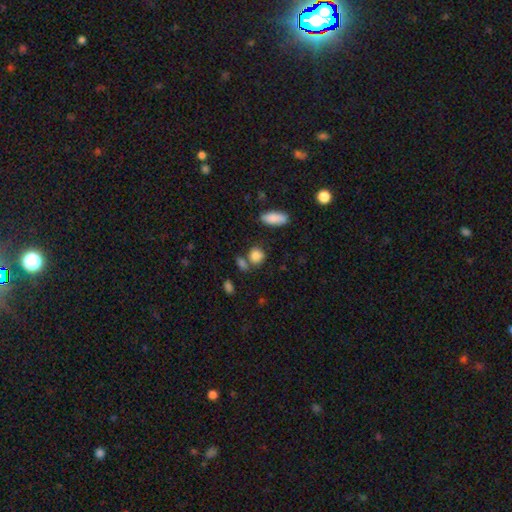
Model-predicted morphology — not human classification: Smooth or featured: smooth — 83% (star or artifact — 11%)
How rounded: round — 71% (in between — 27%)
Merging: none — 61% (merger — 21%)